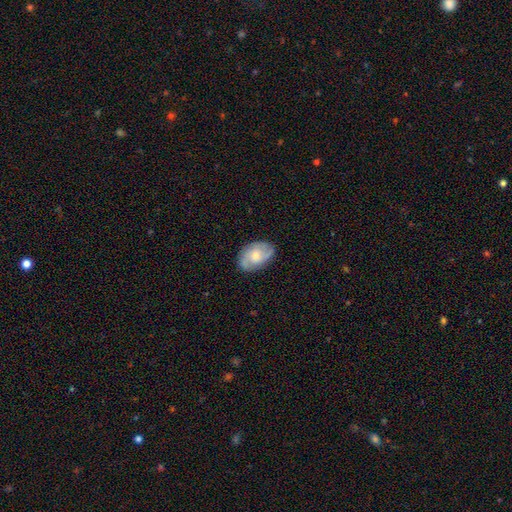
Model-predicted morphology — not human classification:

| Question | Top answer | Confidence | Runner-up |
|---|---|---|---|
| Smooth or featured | featured or disk | 67% | smooth (27%) |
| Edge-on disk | no | 97% | yes (3%) |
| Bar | no | 65% | weak (31%) |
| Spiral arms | yes | 91% | no (9%) |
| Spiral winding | medium | 46% | tight (38%) |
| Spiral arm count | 2 | 49% | 3 (21%) |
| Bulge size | moderate | 47% | small (44%) |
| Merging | none | 78% | minor disturbance (16%) |